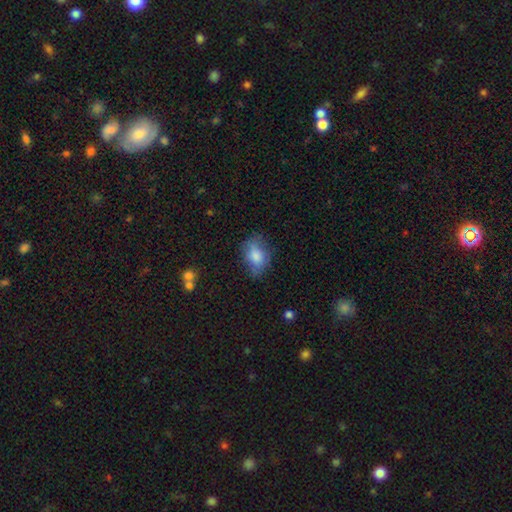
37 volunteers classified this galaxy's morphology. Volunteers were most divided on "merging": none: 54%, minor disturbance: 37%, major disturbance: 9%, merger: 0%. More confident: how rounded — in between (88%); smooth or featured — smooth (68%).